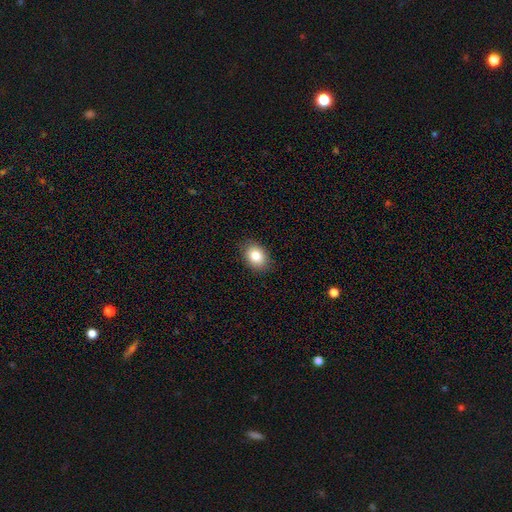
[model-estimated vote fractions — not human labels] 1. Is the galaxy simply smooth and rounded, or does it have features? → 83% smooth, 9% featured or disk, 9% star or artifact.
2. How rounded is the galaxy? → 69% in between, 30% round, 1% cigar-shaped.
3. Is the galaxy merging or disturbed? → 87% none, 10% minor disturbance, 2% major disturbance, 1% merger.